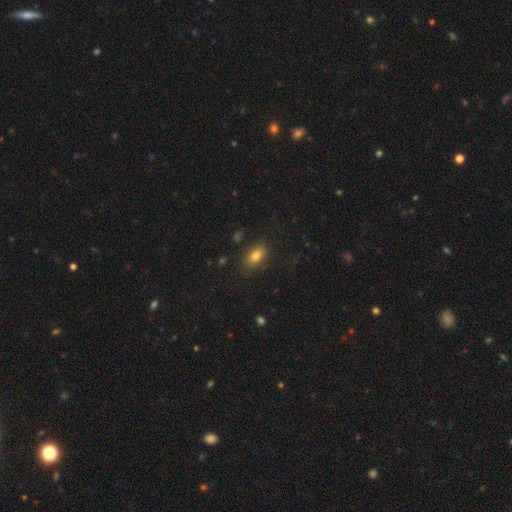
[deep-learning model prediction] Morphology: type=smooth (80%); roundness=in between (88%); merging=none (80%).